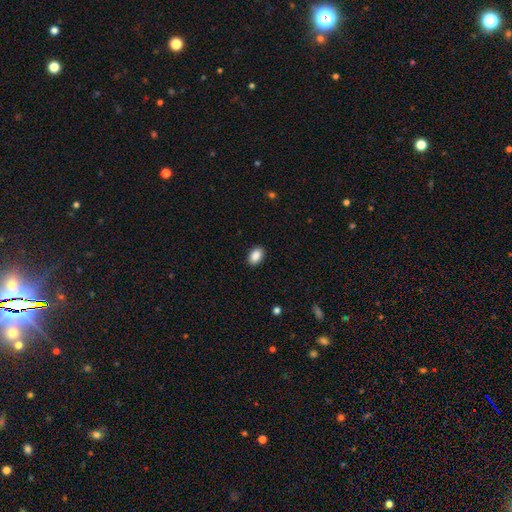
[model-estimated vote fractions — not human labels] This appears to be a smooth galaxy with no disk features (89%) that is in between round and cigar-shaped (89%). Merging: none (90%).